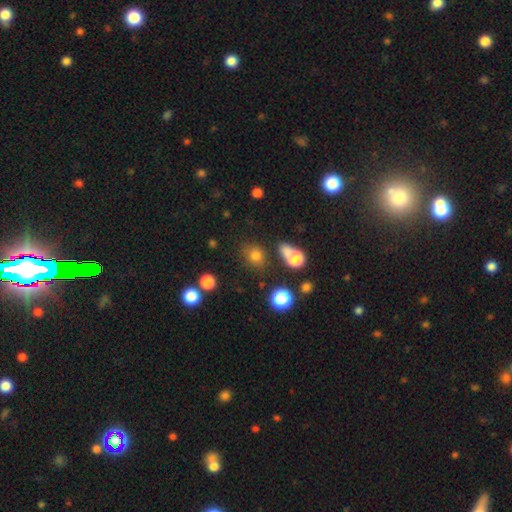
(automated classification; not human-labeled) Smooth or featured?
  - smooth: 76% *
  - star or artifact: 16%
  - featured or disk: 8%
How rounded?
  - round: 66% *
  - in between: 32%
  - cigar-shaped: 2%
Merging?
  - none: 72% *
  - minor disturbance: 13%
  - merger: 10%
  - major disturbance: 5%